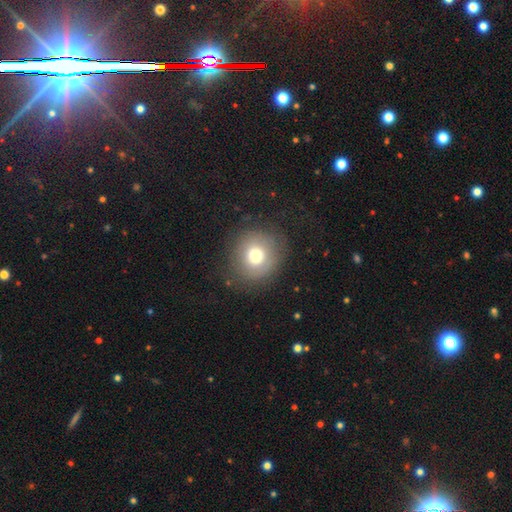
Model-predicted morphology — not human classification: Smooth or featured? smooth (71%)
How rounded? round (88%)
Merging? none (81%)